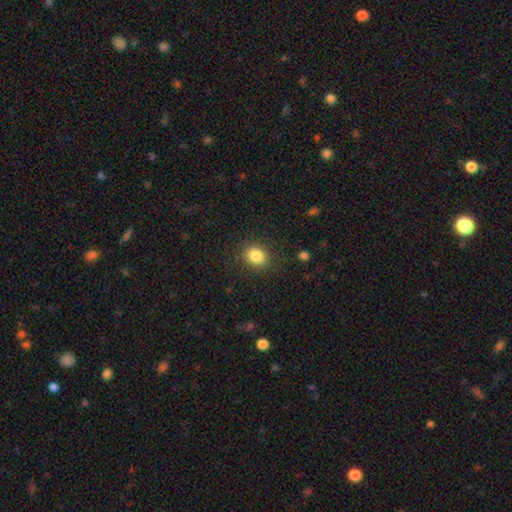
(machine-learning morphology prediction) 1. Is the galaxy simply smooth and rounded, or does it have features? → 85% smooth, 10% star or artifact, 5% featured or disk.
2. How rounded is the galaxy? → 59% round, 40% in between, 1% cigar-shaped.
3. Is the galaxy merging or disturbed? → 87% none, 9% minor disturbance, 3% major disturbance, 1% merger.